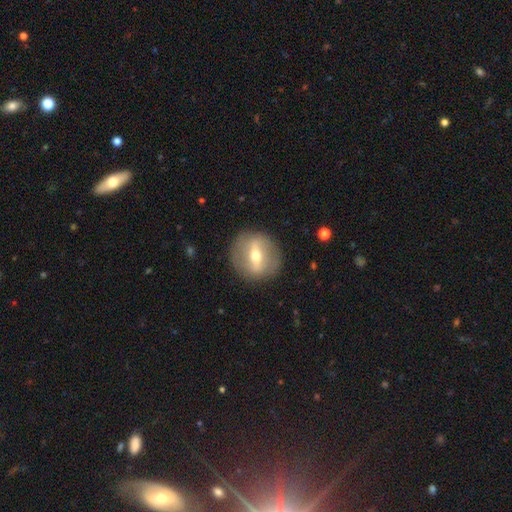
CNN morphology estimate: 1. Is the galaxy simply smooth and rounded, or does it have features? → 66% featured or disk, 27% smooth, 7% star or artifact.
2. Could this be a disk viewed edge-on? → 78% no, 22% yes.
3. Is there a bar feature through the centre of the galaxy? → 61% strong, 29% weak, 10% no.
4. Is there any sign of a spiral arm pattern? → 73% no, 27% yes.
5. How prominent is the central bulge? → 69% moderate, 23% small, 6% large, 1% dominant, 1% none.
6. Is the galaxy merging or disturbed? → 86% none, 9% minor disturbance, 4% major disturbance, 1% merger.